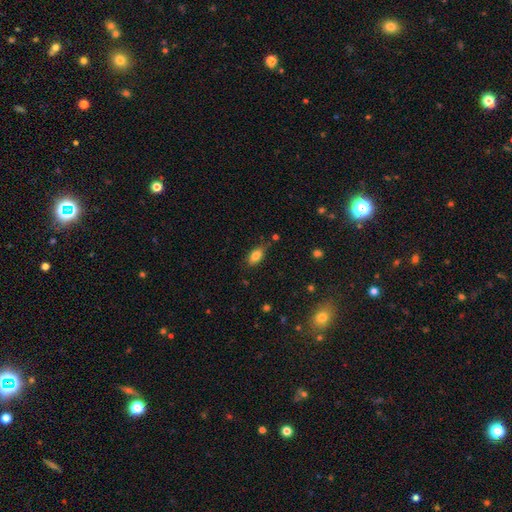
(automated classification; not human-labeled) smooth-or-featured: smooth: 82% | featured or disk: 9% | star or artifact: 9%
  how-rounded: in between: 88% | cigar-shaped: 7% | round: 5%
  merging: none: 76% | minor disturbance: 17% | major disturbance: 4% | merger: 3%